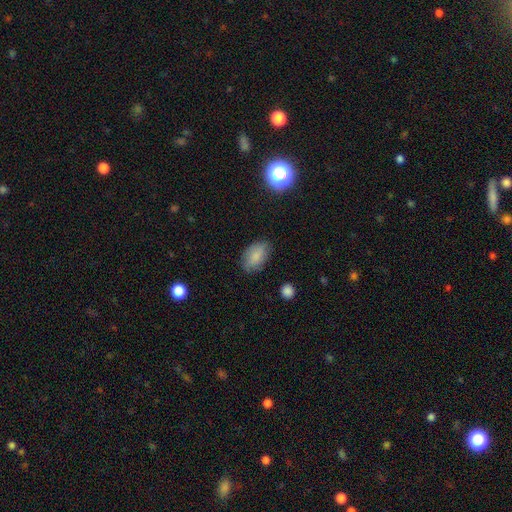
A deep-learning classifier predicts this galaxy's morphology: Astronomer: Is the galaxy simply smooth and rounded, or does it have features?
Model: smooth — 83%.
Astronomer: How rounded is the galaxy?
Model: in between — 92%.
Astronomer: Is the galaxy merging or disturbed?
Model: none — 77%.